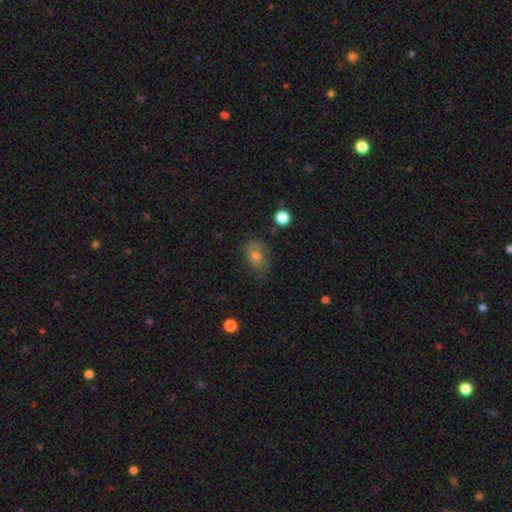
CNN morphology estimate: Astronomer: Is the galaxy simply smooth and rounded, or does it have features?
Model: smooth — 52% (runner-up: featured or disk, 34%).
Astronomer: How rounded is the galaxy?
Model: in between — 70%.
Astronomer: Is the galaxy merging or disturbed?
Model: none — 54%.